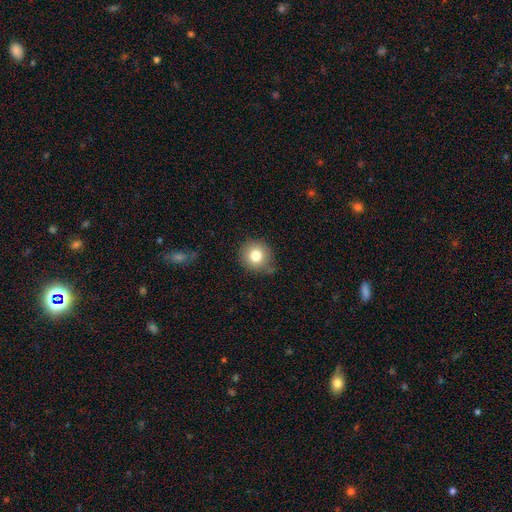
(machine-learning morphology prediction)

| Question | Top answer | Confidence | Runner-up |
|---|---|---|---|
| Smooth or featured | smooth | 80% | star or artifact (11%) |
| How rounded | round | 89% | in between (10%) |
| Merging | none | 78% | minor disturbance (16%) |